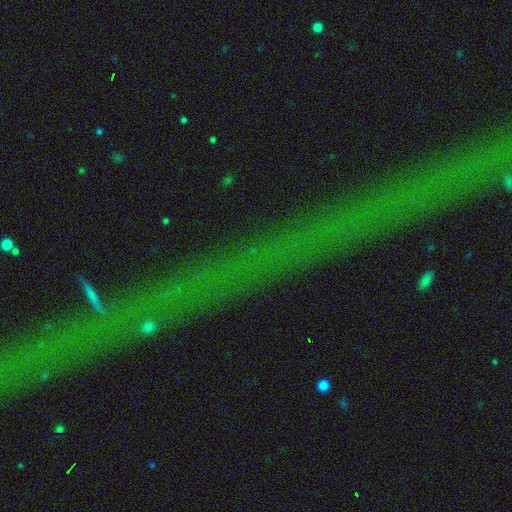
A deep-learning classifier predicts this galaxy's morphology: This appears to be a star or artifact, not a galaxy (75%).